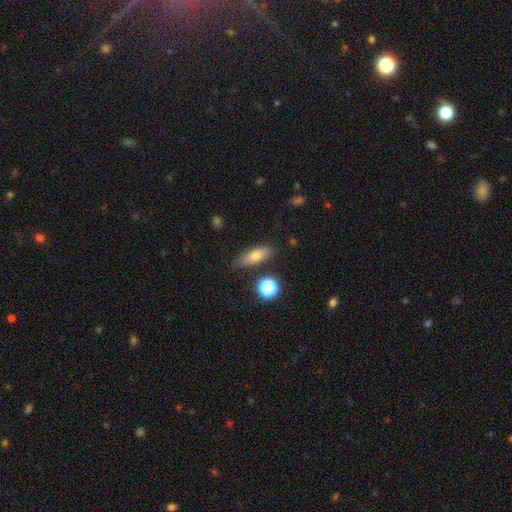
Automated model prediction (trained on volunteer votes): Overall: smooth (67%). How rounded: in between (62%; cigar-shaped 31%). Merging: none (83%).